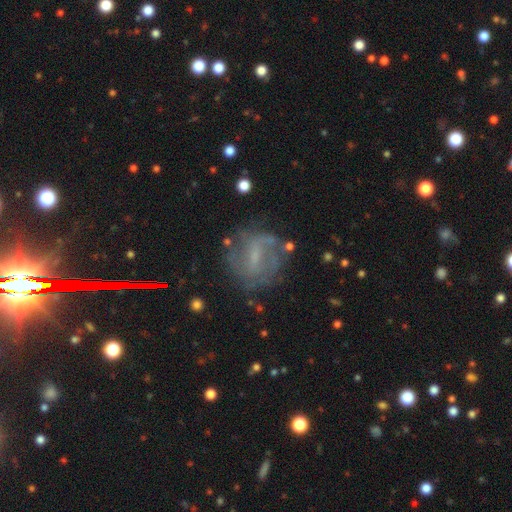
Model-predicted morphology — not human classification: Smooth or featured?
  - featured or disk: 62% *
  - smooth: 24%
  - star or artifact: 14%
Edge-on disk?
  - no: 95% *
  - yes: 5%
Bar?
  - weak: 53% *
  - strong: 25%
  - no: 21%
Spiral arms?
  - yes: 73% *
  - no: 27%
Bulge size?
  - small: 49% *
  - none: 29%
  - moderate: 19%
  - large: 2%
  - dominant: 1%
Merging?
  - none: 69% *
  - minor disturbance: 18%
  - major disturbance: 10%
  - merger: 3%